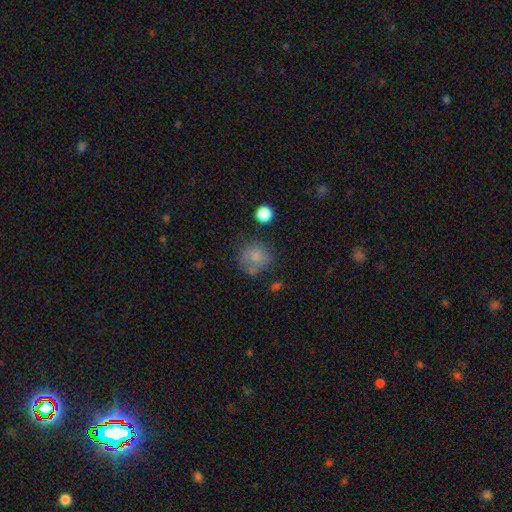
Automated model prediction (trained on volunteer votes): A smooth galaxy with no disk features (72%) that is round (83%).

Vote fractions:
- Smooth or featured? smooth: 72% / featured or disk: 17% / star or artifact: 11%
- How rounded? round: 83% / in between: 16% / cigar-shaped: 1%
- Merging? none: 55% / minor disturbance: 22% / major disturbance: 12% / merger: 10%